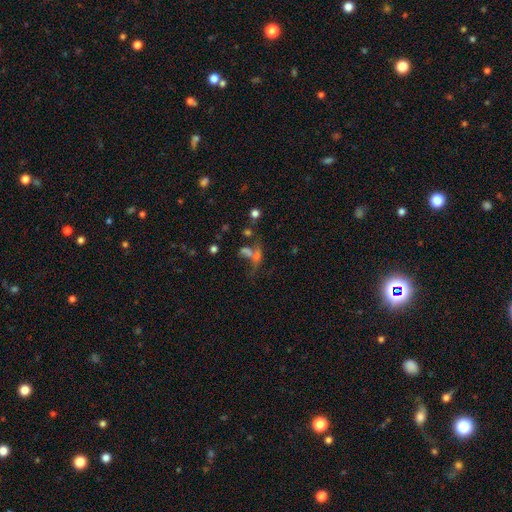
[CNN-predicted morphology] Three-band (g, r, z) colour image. It shows a smooth galaxy with no disk features (34%, tied with featured or disk). Merging: merger (36%).